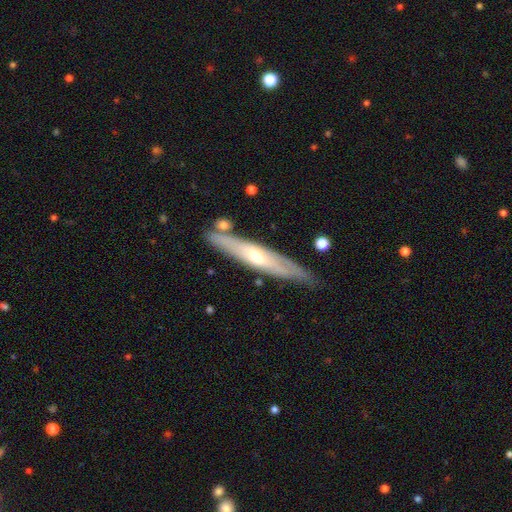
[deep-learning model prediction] This is likely a featured or disk galaxy (64%). It is likely viewed edge-on (77%). Merging: likely none (77%).